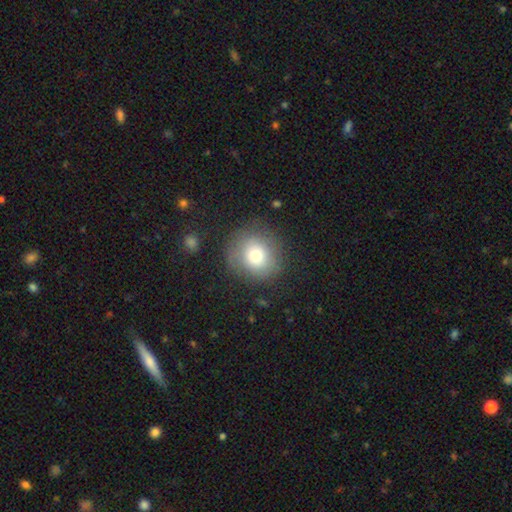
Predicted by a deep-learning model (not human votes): Q: Smooth or featured?
A: smooth (74%); runner-up: featured or disk (16%)
Q: How rounded?
A: round (86%); runner-up: in between (13%)
Q: Merging?
A: none (79%); runner-up: minor disturbance (14%)